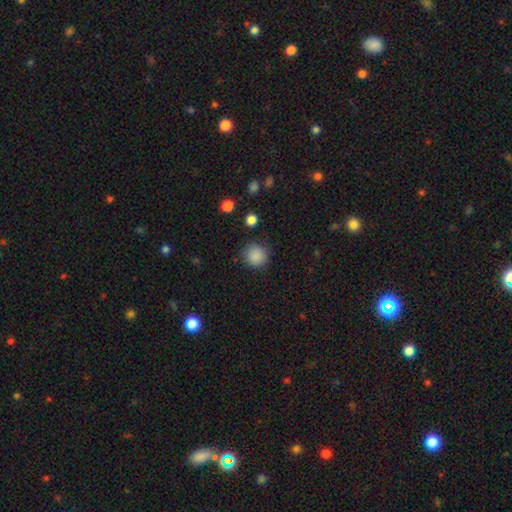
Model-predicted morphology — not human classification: smooth 87%, star or artifact 10%, featured or disk 3%. Down the decision tree: how rounded — round (93%); merging — none (87%).